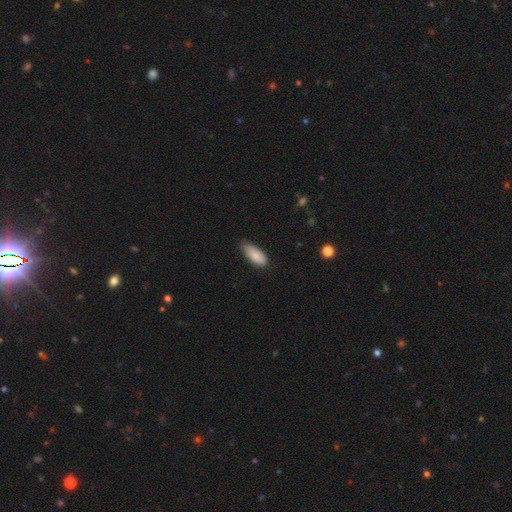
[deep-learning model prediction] A smooth galaxy with no disk features (86%) that is in between round and cigar-shaped (82%). Merging: none (62%).